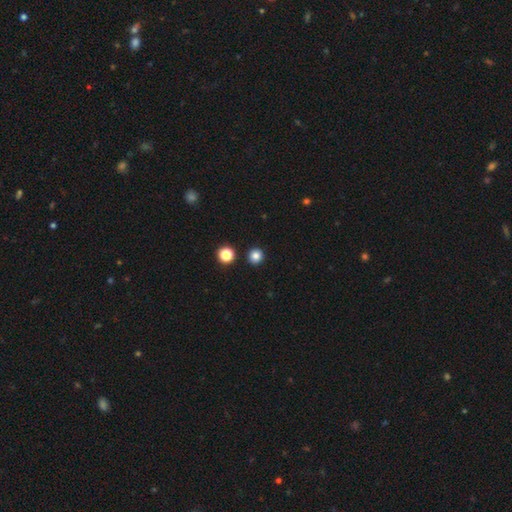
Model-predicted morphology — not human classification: A smooth galaxy with no disk features (83%) that is round (94%).

Vote fractions:
- Smooth or featured? smooth: 83% / star or artifact: 13% / featured or disk: 5%
- How rounded? round: 94% / in between: 5% / cigar-shaped: 1%
- Merging? none: 92% / minor disturbance: 4% / merger: 2% / major disturbance: 2%